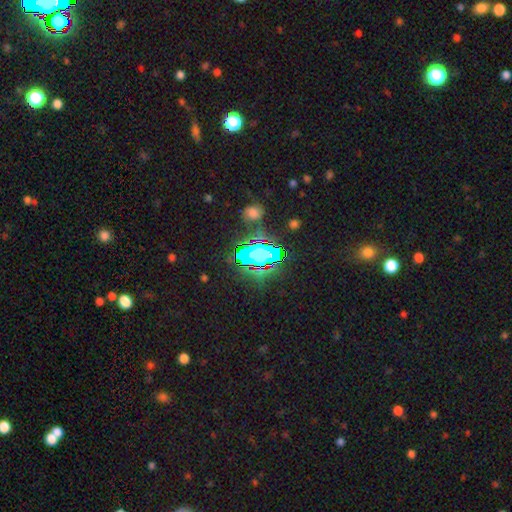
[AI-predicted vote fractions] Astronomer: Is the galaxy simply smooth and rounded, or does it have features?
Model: star or artifact — 75%.